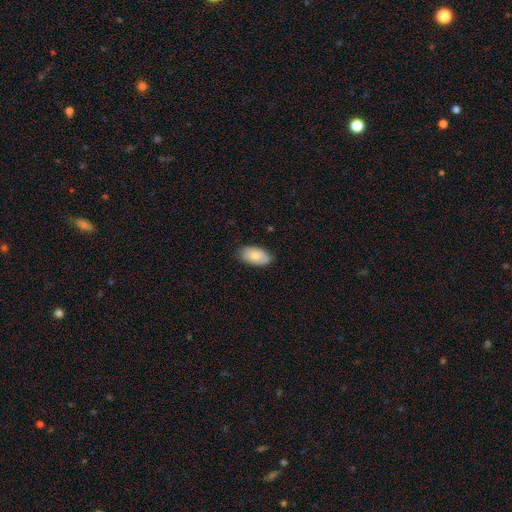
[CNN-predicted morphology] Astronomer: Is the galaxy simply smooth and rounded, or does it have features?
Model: smooth — 77%.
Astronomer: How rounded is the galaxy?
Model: in between — 94%.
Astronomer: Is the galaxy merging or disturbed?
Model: none — 79%.